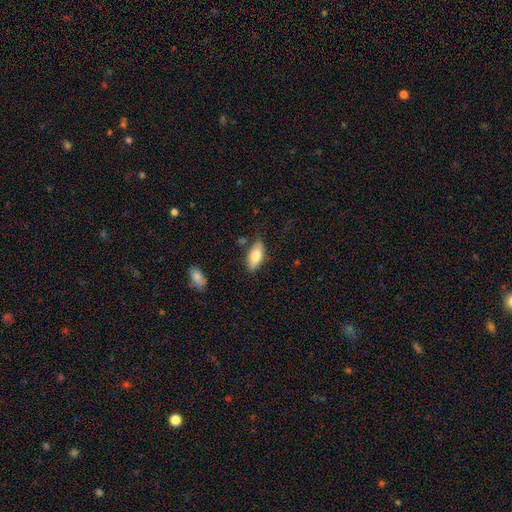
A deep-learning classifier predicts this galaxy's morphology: This is likely a smooth galaxy (79%). How rounded: clearly in between (82%). Merging: clearly none (80%).